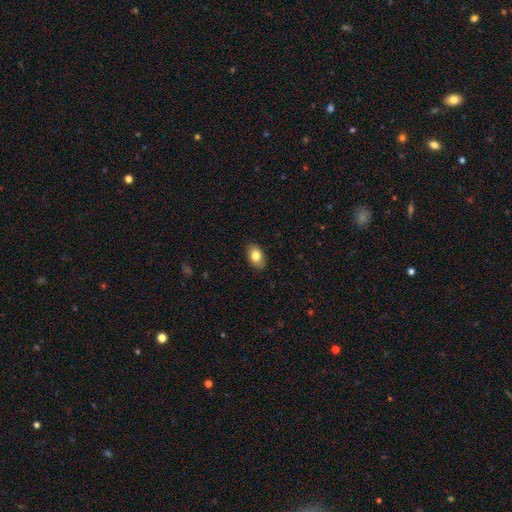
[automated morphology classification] Smooth or featured? smooth (82%)
How rounded? in between (88%)
Merging? none (87%)